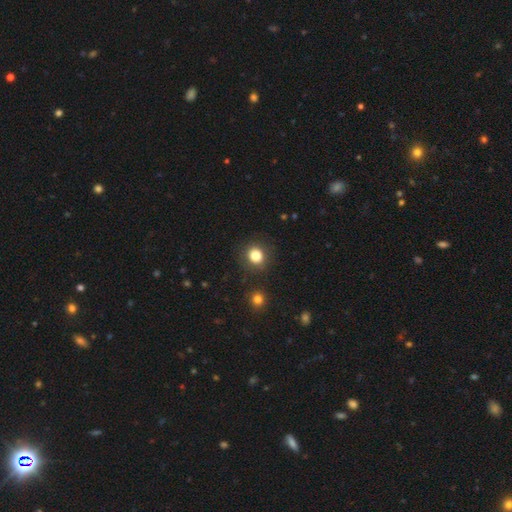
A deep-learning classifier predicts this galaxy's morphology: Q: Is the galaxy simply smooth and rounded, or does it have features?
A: smooth — 83%.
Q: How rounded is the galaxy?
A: round — 80%.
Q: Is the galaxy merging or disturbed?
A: none — 87%.